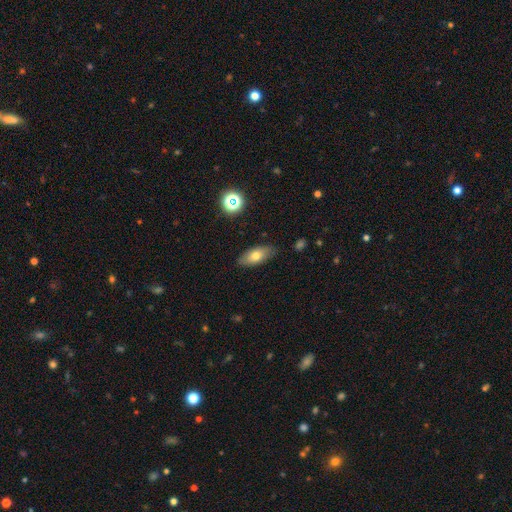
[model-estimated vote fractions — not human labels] A smooth galaxy with no disk features (71%) that is in between round and cigar-shaped (82%).

Vote fractions:
- Smooth or featured? smooth: 71% / featured or disk: 20% / star or artifact: 9%
- How rounded? in between: 82% / cigar-shaped: 13% / round: 4%
- Merging? none: 84% / minor disturbance: 12% / major disturbance: 2% / merger: 1%